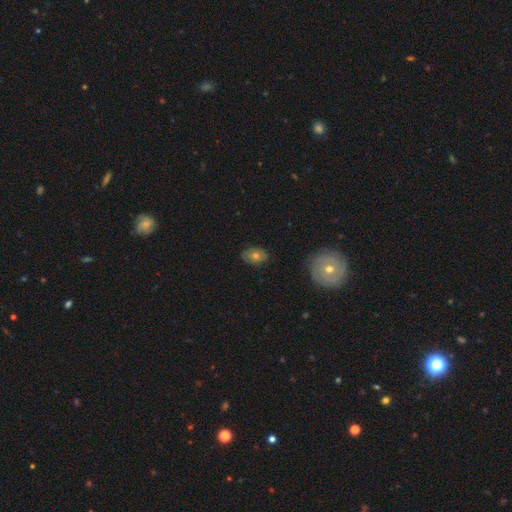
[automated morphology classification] Smooth or featured?
  - smooth: 59% *
  - featured or disk: 30%
  - star or artifact: 12%
How rounded?
  - in between: 69% *
  - round: 30%
  - cigar-shaped: 1%
Merging?
  - none: 81% *
  - minor disturbance: 15%
  - major disturbance: 3%
  - merger: 1%